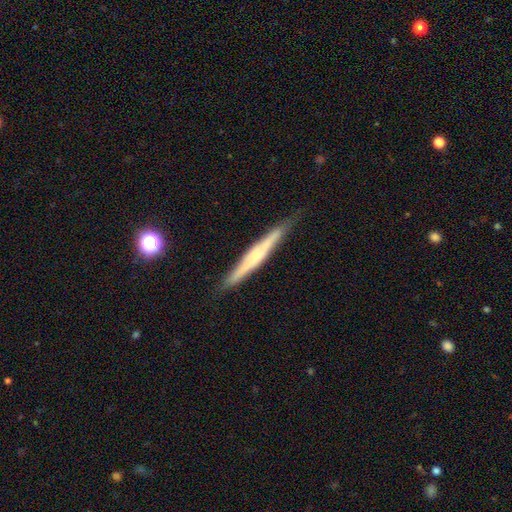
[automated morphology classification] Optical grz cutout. It shows a featured or disk galaxy (62%) viewed edge-on (95%) with a rounded central bulge (59%). Merging: none (84%).